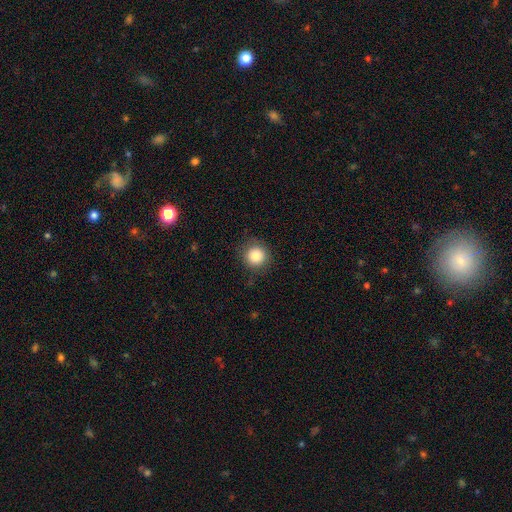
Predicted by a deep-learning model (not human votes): This is clearly a smooth galaxy (84%). How rounded: clearly round (94%). Merging: clearly none (87%).